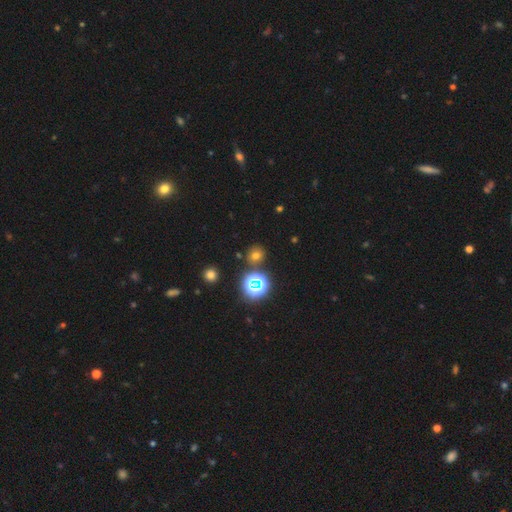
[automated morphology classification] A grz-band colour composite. It shows a smooth galaxy with no disk features (62%) that is round (86%). Merging: none (84%).